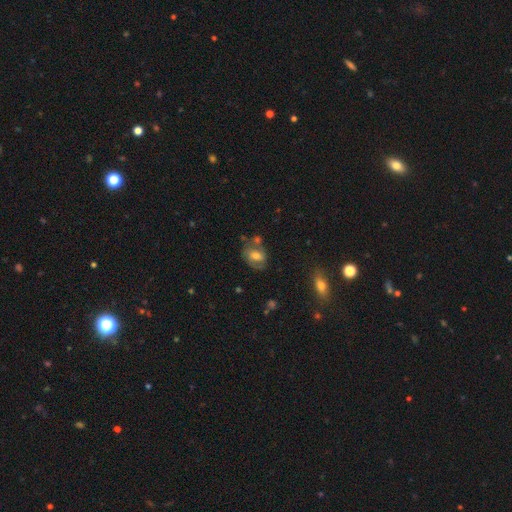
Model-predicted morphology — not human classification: Smooth or featured: smooth — 47% (featured or disk — 44%)
Merging: none — 55% (minor disturbance — 22%)